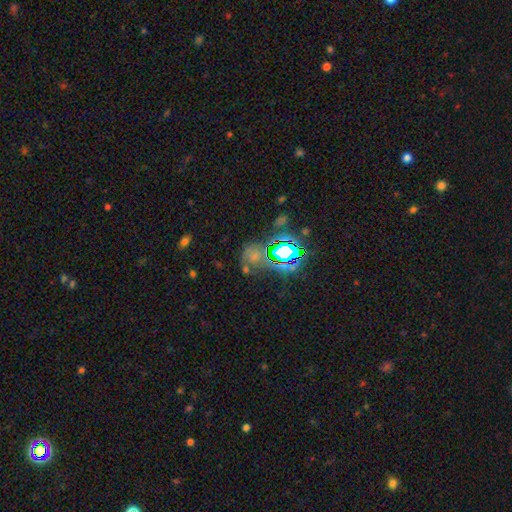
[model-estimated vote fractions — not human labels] Overall: star or artifact (52%; smooth 36%).